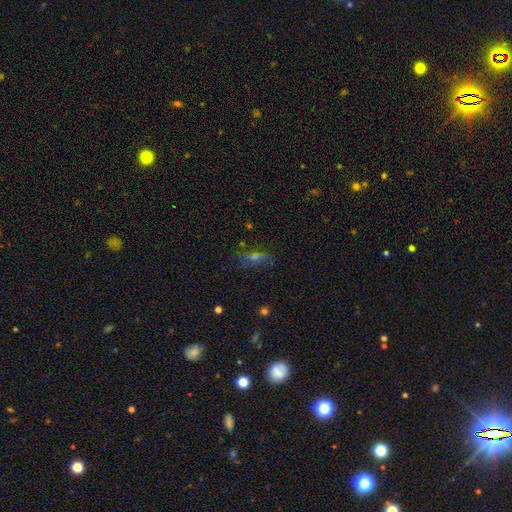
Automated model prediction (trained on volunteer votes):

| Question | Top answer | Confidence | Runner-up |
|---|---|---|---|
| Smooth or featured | featured or disk | 39% | star or artifact (33%) |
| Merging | none | 70% | minor disturbance (16%) |